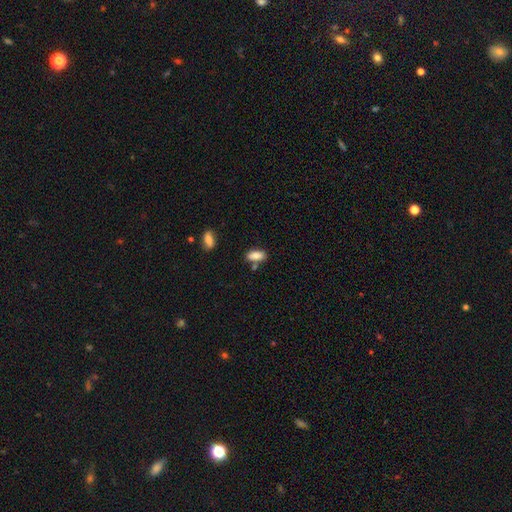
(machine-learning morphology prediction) Q: Smooth or featured?
A: smooth (85%); runner-up: star or artifact (8%)
Q: How rounded?
A: in between (87%); runner-up: cigar-shaped (11%)
Q: Merging?
A: none (70%); runner-up: minor disturbance (14%)